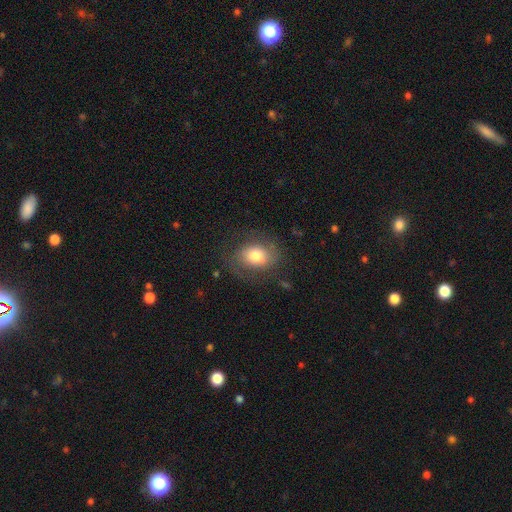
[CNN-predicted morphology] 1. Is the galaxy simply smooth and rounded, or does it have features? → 63% smooth, 29% featured or disk, 8% star or artifact.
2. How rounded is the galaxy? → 62% in between, 36% round, 1% cigar-shaped.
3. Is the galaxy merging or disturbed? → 68% none, 18% minor disturbance, 12% major disturbance, 1% merger.